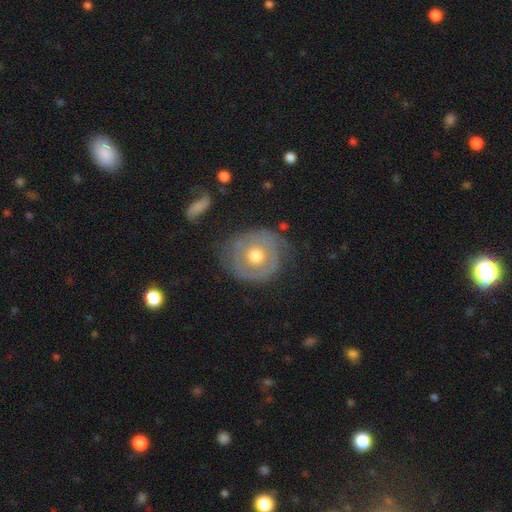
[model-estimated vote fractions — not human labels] The model was most divided on "spiral arms": no: 51%, yes: 49%. More confident: edge-on disk — no (96%); bar — no (85%); bulge size — moderate (78%); merging — none (70%); smooth or featured — featured or disk (60%).